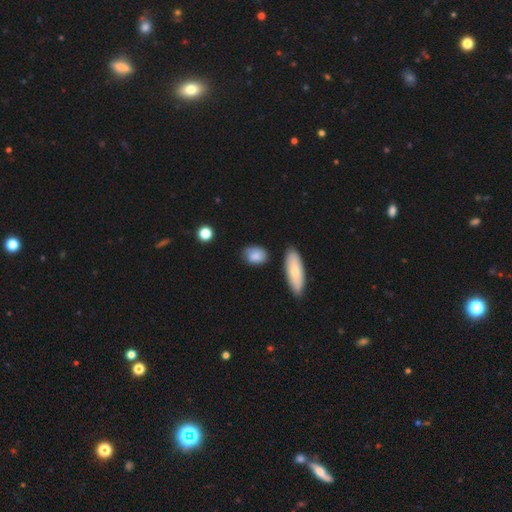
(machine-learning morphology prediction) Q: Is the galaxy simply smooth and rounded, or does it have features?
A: smooth — 78%.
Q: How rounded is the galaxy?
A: in between — 74%.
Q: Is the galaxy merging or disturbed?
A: none — 66%.